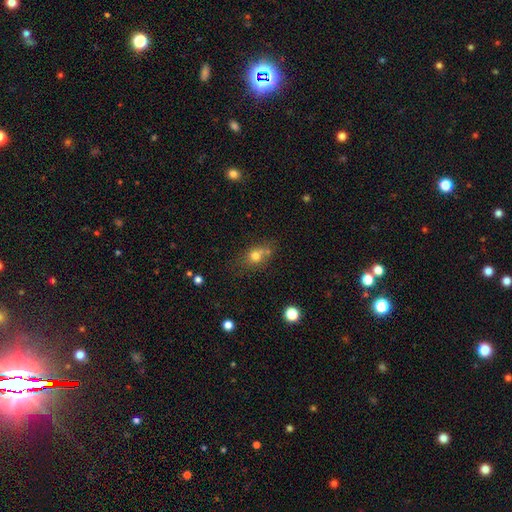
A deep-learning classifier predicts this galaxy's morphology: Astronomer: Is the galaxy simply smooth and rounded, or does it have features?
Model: smooth — 71%.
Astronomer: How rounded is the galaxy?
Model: round — 55% (runner-up: in between, 42%).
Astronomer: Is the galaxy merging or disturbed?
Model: none — 51% (runner-up: merger, 26%).